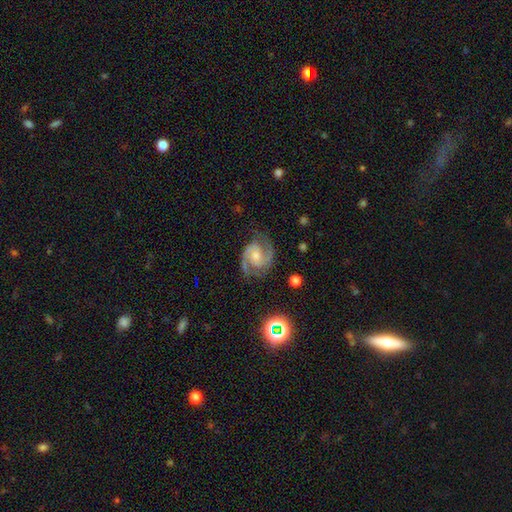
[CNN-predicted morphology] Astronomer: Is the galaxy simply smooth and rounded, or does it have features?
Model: featured or disk — 89%.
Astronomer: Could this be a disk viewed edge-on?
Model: no — 98%.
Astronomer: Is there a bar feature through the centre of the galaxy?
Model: no — 54% (runner-up: weak, 36%).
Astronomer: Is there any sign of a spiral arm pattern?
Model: yes — 98%.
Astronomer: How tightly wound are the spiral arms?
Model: medium — 58%.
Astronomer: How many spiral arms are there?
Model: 2 — 92%.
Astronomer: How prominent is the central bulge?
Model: moderate — 47% (runner-up: small, 44%).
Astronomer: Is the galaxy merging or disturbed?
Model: none — 77%.